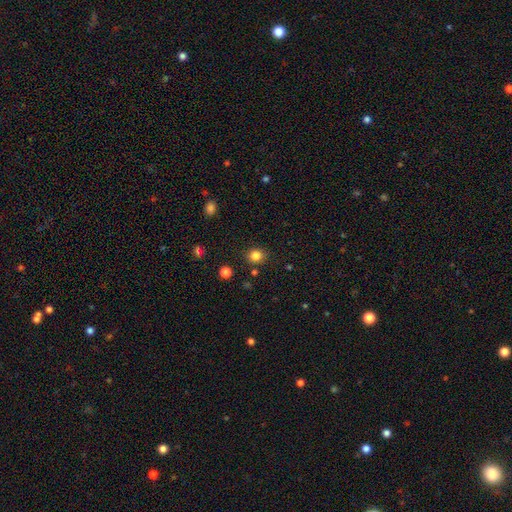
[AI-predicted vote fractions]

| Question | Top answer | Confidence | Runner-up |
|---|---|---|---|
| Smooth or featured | smooth | 83% | star or artifact (13%) |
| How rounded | round | 82% | in between (17%) |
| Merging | none | 87% | minor disturbance (8%) |